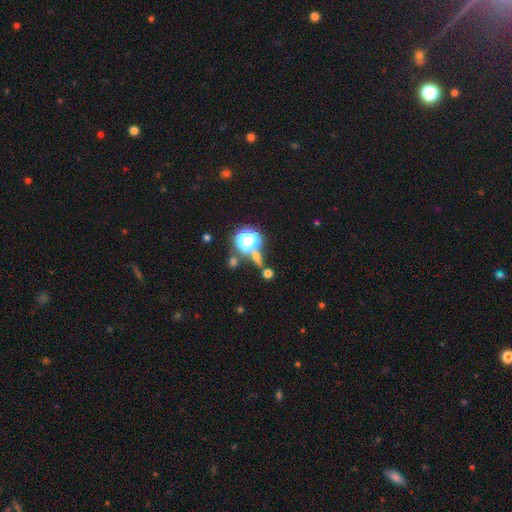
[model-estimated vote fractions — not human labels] smooth-or-featured: smooth: 45% | star or artifact: 42% | featured or disk: 13%
  merging: none: 64% | merger: 19% | minor disturbance: 10% | major disturbance: 7%